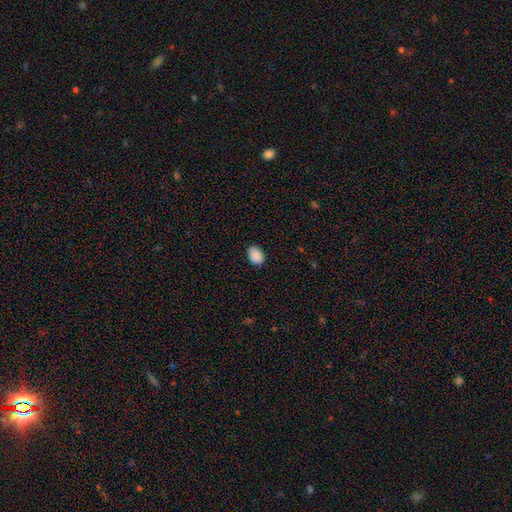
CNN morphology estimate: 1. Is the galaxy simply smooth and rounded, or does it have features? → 90% smooth, 7% star or artifact, 3% featured or disk.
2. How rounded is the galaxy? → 79% in between, 20% round, 1% cigar-shaped.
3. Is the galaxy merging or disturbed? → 84% none, 13% minor disturbance, 2% major disturbance, 1% merger.